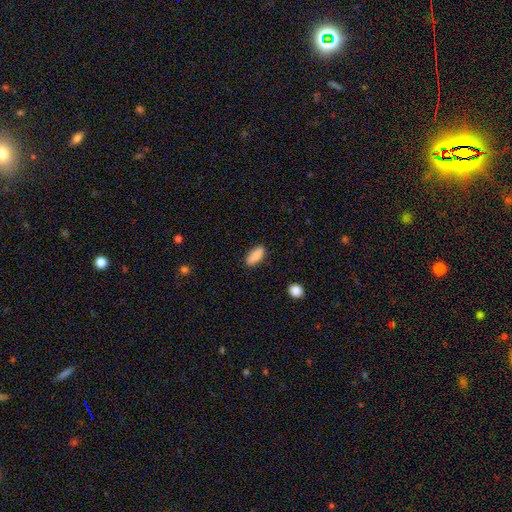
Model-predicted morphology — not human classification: type=smooth (83%); roundness=in between (79%); merging=none (86%).